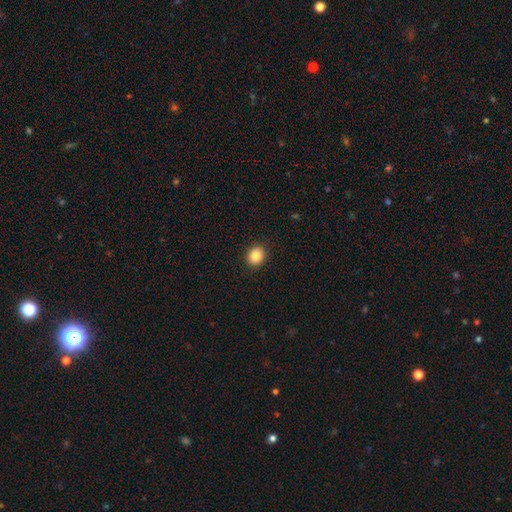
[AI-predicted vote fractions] This is clearly a smooth galaxy (87%). How rounded: likely round (72%). Merging: clearly none (91%).